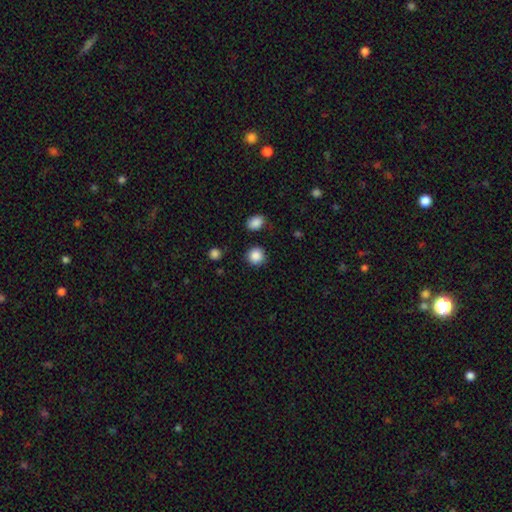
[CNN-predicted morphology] smooth_or_featured: smooth (p=0.88) [alt: star or artifact p=0.09]
how_rounded: round (p=0.92) [alt: in between p=0.07]
merging: none (p=0.87) [alt: minor disturbance p=0.08]